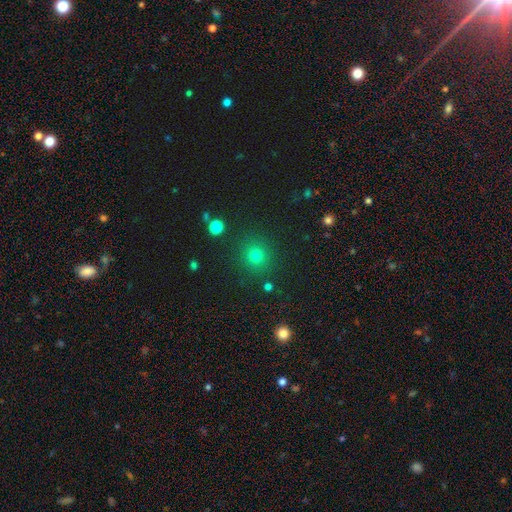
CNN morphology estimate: Smooth or featured? smooth (76%)
How rounded? round (92%)
Merging? none (88%)